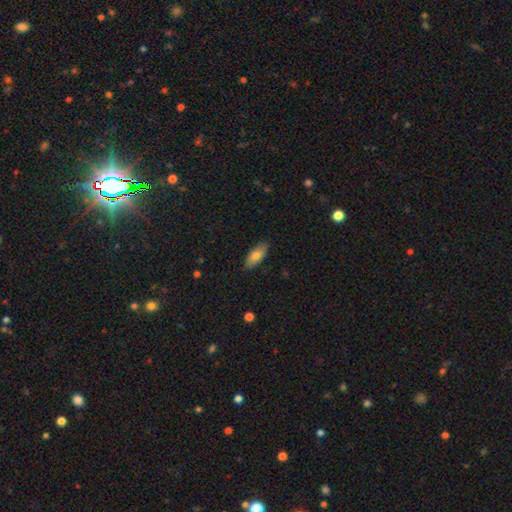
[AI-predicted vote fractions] Morphology: type=smooth (78%); roundness=in between (84%); merging=none (85%).